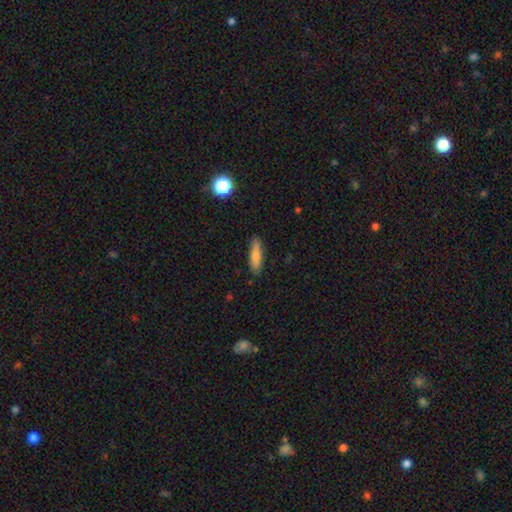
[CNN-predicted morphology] smooth_or_featured: smooth (p=0.76) [alt: featured or disk p=0.17]
how_rounded: cigar-shaped (p=0.66) [alt: in between p=0.32]
merging: none (p=0.86) [alt: minor disturbance p=0.11]